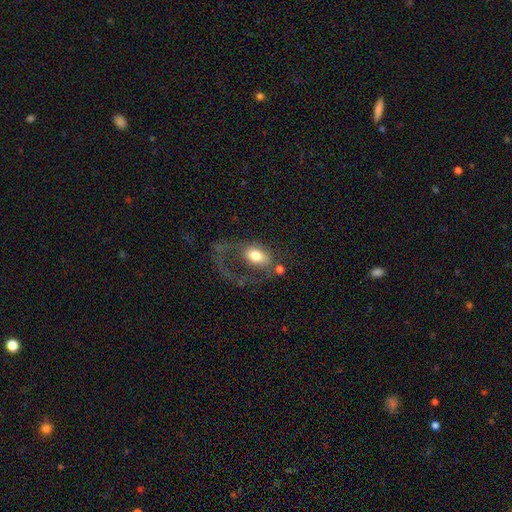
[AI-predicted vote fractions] Smooth or featured?
  - smooth: 59% *
  - featured or disk: 32%
  - star or artifact: 8%
How rounded?
  - in between: 80% *
  - round: 18%
  - cigar-shaped: 2%
Merging?
  - major disturbance: 51% *
  - none: 23%
  - minor disturbance: 15%
  - merger: 11%